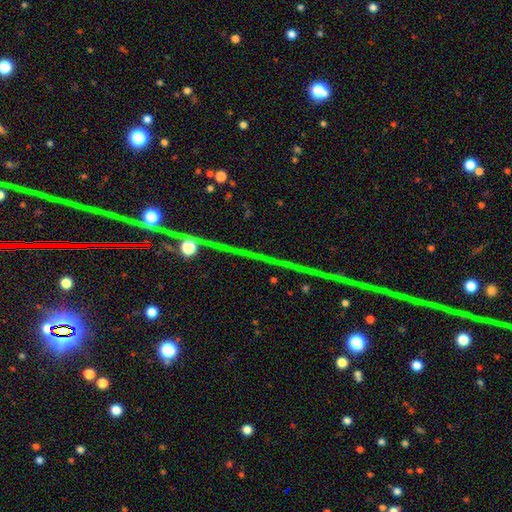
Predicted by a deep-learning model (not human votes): This is likely a star or artifact rather than a galaxy (76%).